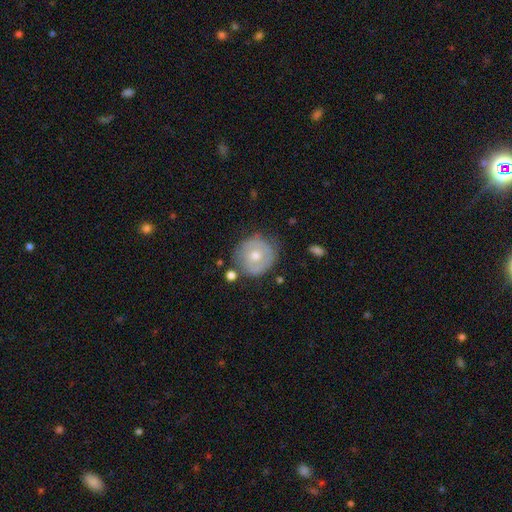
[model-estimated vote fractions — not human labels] smooth-or-featured: smooth: 50% | featured or disk: 44% | star or artifact: 7%
  merging: none: 71% | minor disturbance: 19% | major disturbance: 6% | merger: 4%